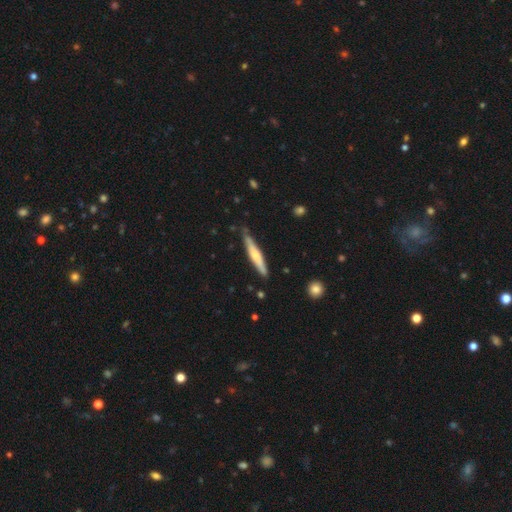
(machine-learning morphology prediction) smooth_or_featured: smooth (p=0.51) [alt: featured or disk p=0.44]
how_rounded: cigar-shaped (p=0.90) [alt: in between p=0.08]
merging: none (p=0.78) [alt: minor disturbance p=0.17]